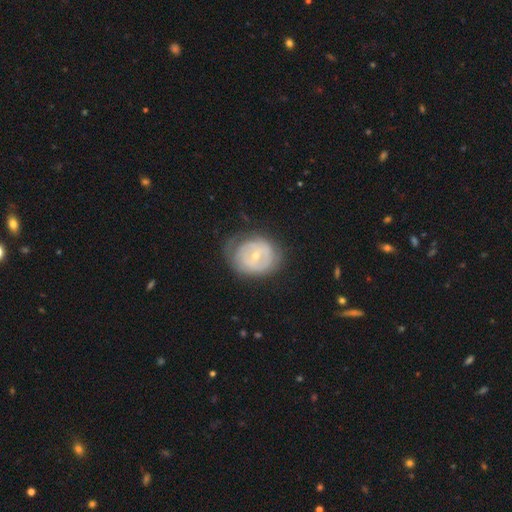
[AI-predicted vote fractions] Overall: featured or disk (62%; smooth 31%). Edge-on disk: no (96%). Bar: no (49%; weak 39%). Spiral arms: yes (51%; no 49%). Bulge size: small (59%; moderate 37%). Merging: none (58%; minor disturbance 26%).